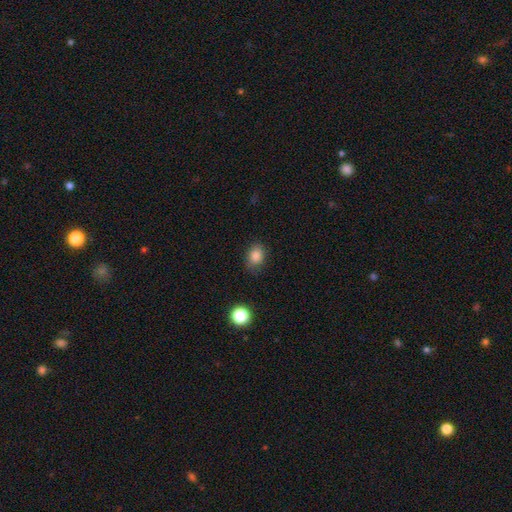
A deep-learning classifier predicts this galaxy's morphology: Smooth or featured?
  - smooth: 85% *
  - star or artifact: 10%
  - featured or disk: 5%
How rounded?
  - in between: 58% *
  - round: 41%
  - cigar-shaped: 1%
Merging?
  - none: 75% *
  - minor disturbance: 19%
  - major disturbance: 5%
  - merger: 1%